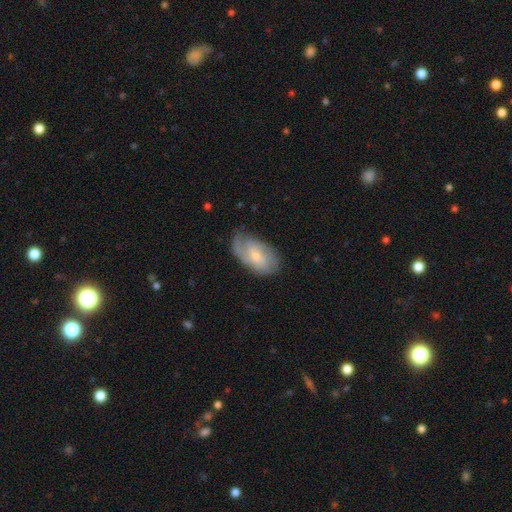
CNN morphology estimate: Smooth or featured: featured or disk — 61% (smooth — 33%)
Edge-on disk: no — 95% (yes — 5%)
Bar: no — 62% (weak — 32%)
Spiral arms: yes — 84% (no — 16%)
Bulge size: small — 65% (moderate — 31%)
Merging: none — 64% (minor disturbance — 26%)